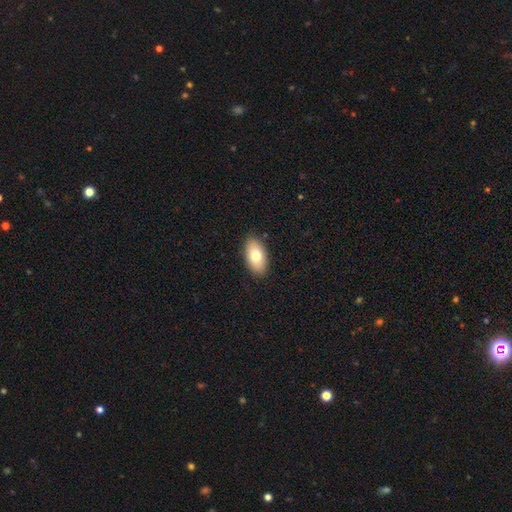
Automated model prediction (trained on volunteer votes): The model was most divided on "smooth or featured": smooth: 74%, featured or disk: 19%, star or artifact: 7%. More confident: how rounded — in between (92%); merging — none (88%).